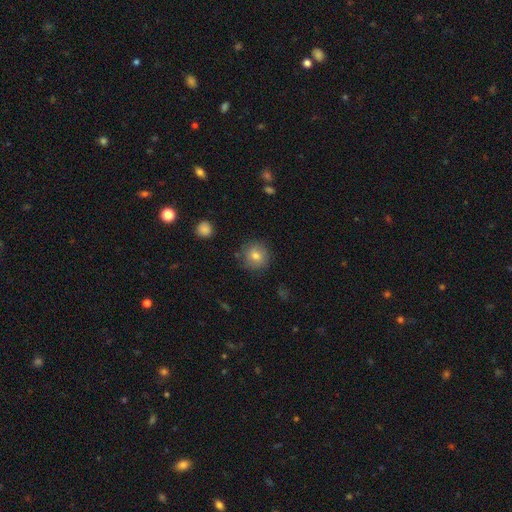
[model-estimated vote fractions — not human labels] Smooth or featured: smooth — 77% (featured or disk — 13%)
How rounded: round — 92% (in between — 7%)
Merging: none — 83% (minor disturbance — 12%)